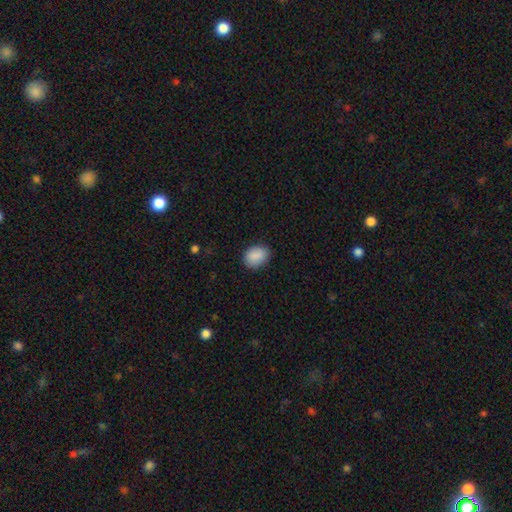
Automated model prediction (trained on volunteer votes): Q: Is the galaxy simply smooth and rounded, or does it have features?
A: smooth — 88%.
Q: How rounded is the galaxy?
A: in between — 64%.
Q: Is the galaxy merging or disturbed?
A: none — 84%.